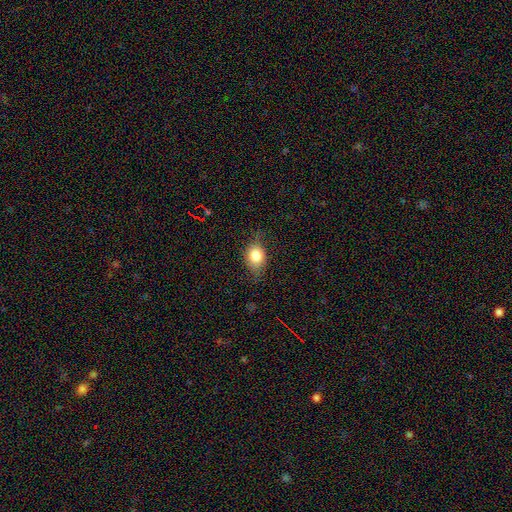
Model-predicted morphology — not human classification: smooth-or-featured: smooth: 79% | featured or disk: 12% | star or artifact: 9%
  how-rounded: in between: 65% | round: 33% | cigar-shaped: 2%
  merging: none: 67% | minor disturbance: 24% | major disturbance: 8% | merger: 1%